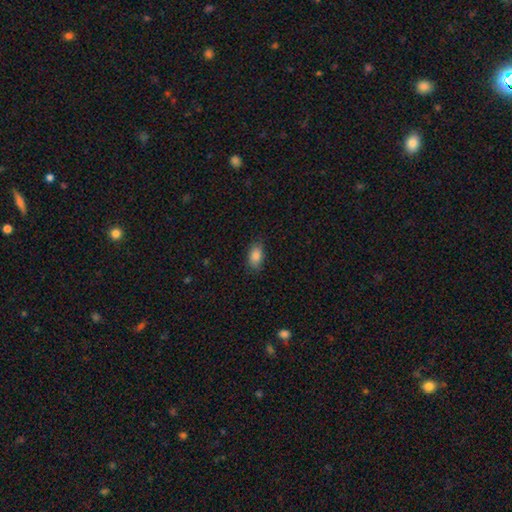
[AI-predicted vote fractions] This is clearly a smooth galaxy (86%). How rounded: clearly in between (89%). Merging: clearly none (81%).